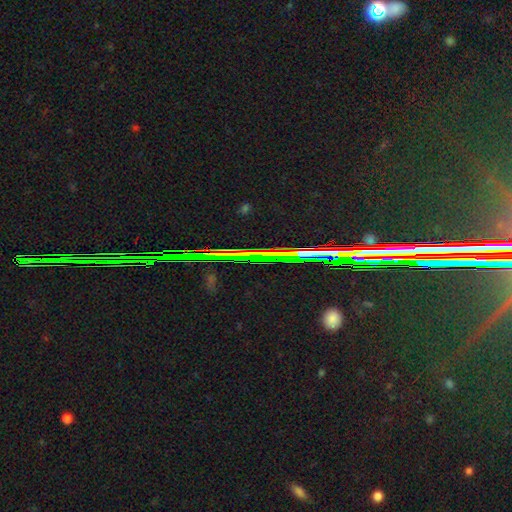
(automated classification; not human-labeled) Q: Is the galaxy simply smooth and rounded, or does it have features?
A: star or artifact — 83%.